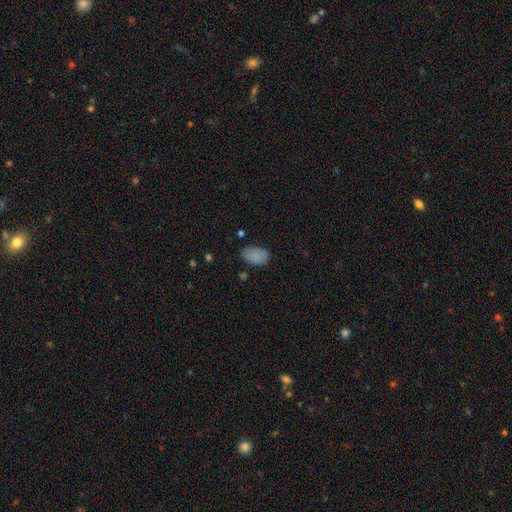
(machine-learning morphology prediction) type=smooth (86%); roundness=in between (92%); merging=none (76%).